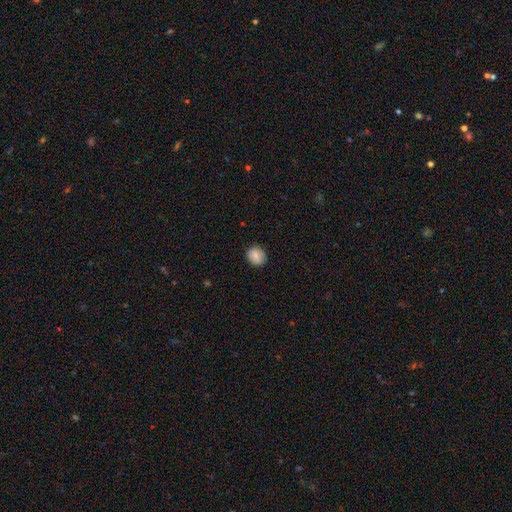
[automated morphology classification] Smooth or featured? smooth (85%)
How rounded? round (70%)
Merging? none (87%)